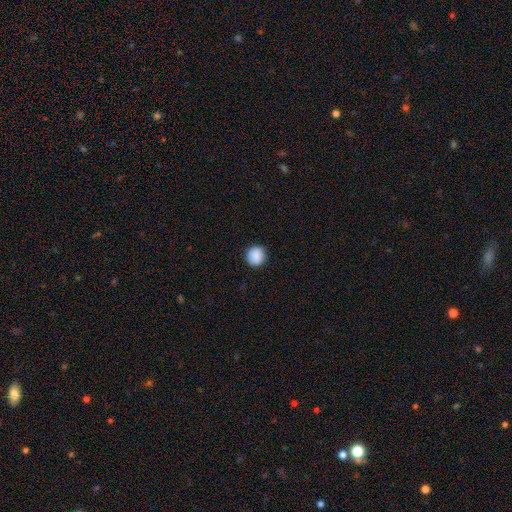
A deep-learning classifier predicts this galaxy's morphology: This appears to be a smooth galaxy with no disk features (88%) that is round (89%). Merging: none (88%).